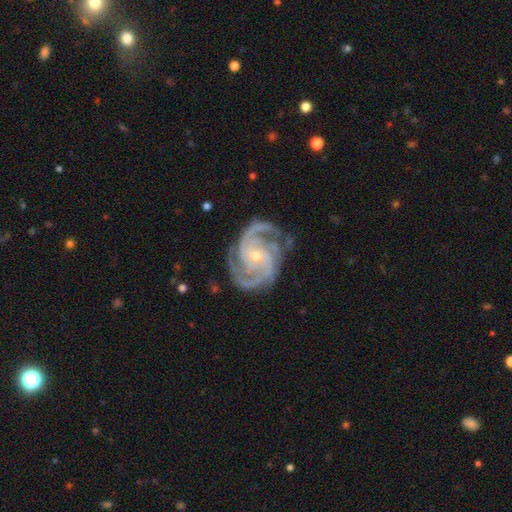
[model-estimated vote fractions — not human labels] Smooth or featured: featured or disk — 94% (star or artifact — 4%)
Edge-on disk: no — 98% (yes — 2%)
Bar: no — 62% (weak — 27%)
Spiral arms: yes — 99% (no — 1%)
Spiral winding: tight — 53% (medium — 42%)
Spiral arm count: 3 — 43% (2 — 33%)
Bulge size: small — 73% (moderate — 24%)
Merging: none — 76% (minor disturbance — 17%)